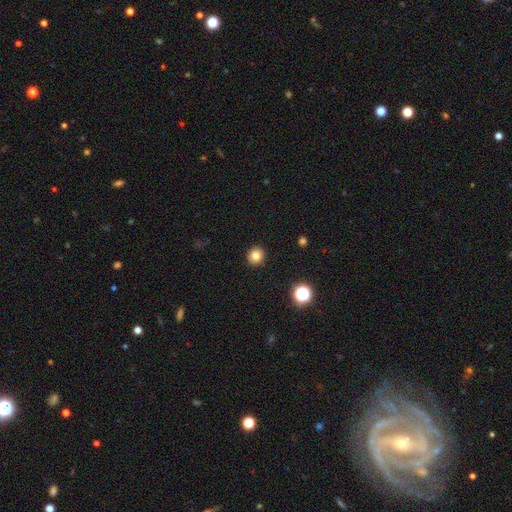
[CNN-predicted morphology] The model was most divided on "smooth or featured": smooth: 81%, star or artifact: 12%, featured or disk: 7%. More confident: merging — none (93%); how rounded — round (90%).